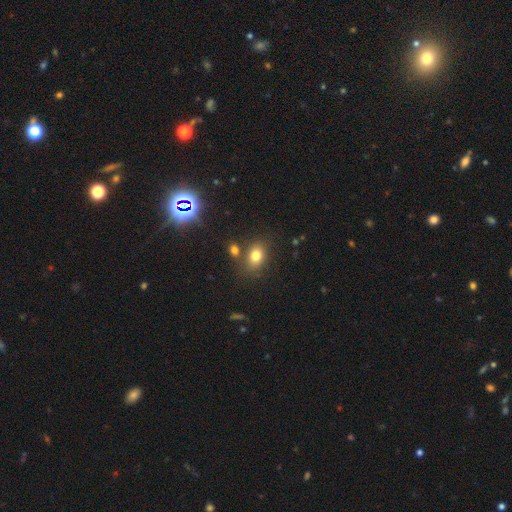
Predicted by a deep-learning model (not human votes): A smooth galaxy with no disk features (76%) that is in between round and cigar-shaped (66%). Merging: none (72%).